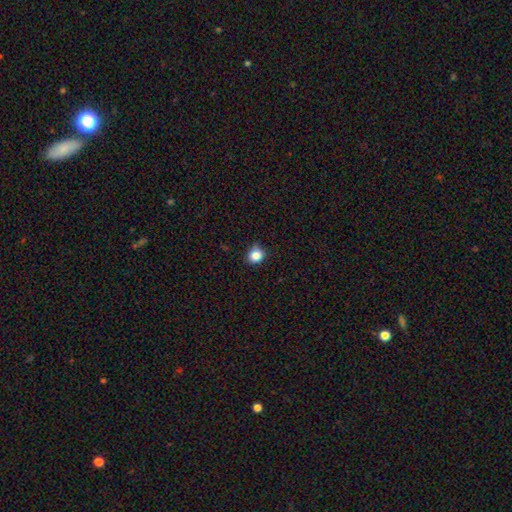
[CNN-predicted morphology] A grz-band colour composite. It shows a smooth galaxy with no disk features (84%) that is round (76%). Merging: none (78%).